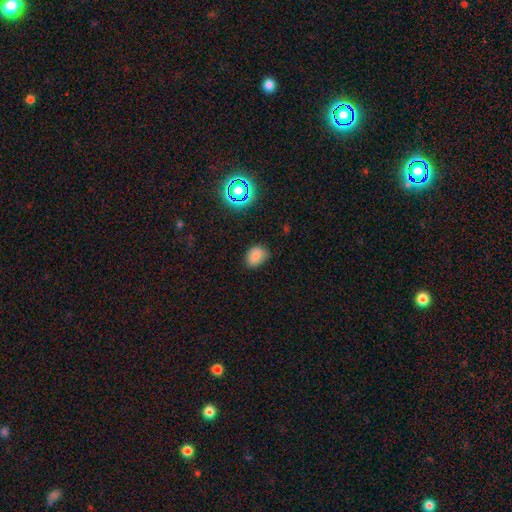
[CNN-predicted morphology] A smooth galaxy with no disk features (80%) that is in between round and cigar-shaped (68%).

Vote fractions:
- Smooth or featured? smooth: 80% / star or artifact: 14% / featured or disk: 6%
- How rounded? in between: 68% / round: 31% / cigar-shaped: 1%
- Merging? none: 75% / minor disturbance: 20% / major disturbance: 4% / merger: 2%